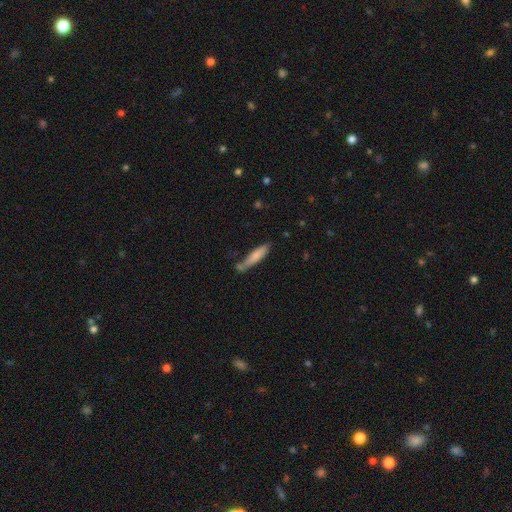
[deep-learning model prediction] Smooth or featured?
  - smooth: 76% *
  - featured or disk: 18%
  - star or artifact: 6%
How rounded?
  - cigar-shaped: 81% *
  - in between: 17%
  - round: 1%
Merging?
  - none: 55% *
  - minor disturbance: 23%
  - merger: 14%
  - major disturbance: 8%